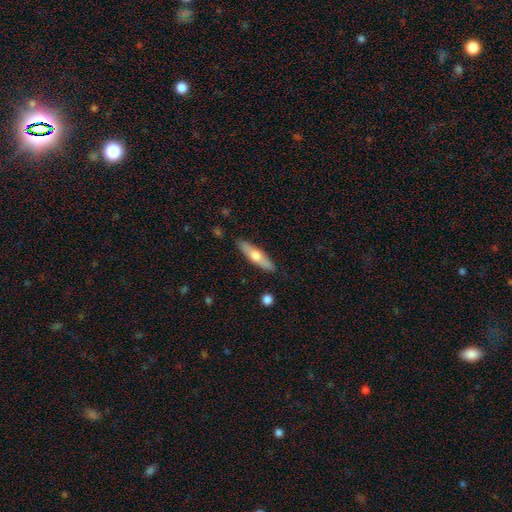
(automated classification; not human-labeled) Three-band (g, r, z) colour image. It shows a smooth galaxy with no disk features (53%) that is cigar-shaped (69%). Merging: none (87%).